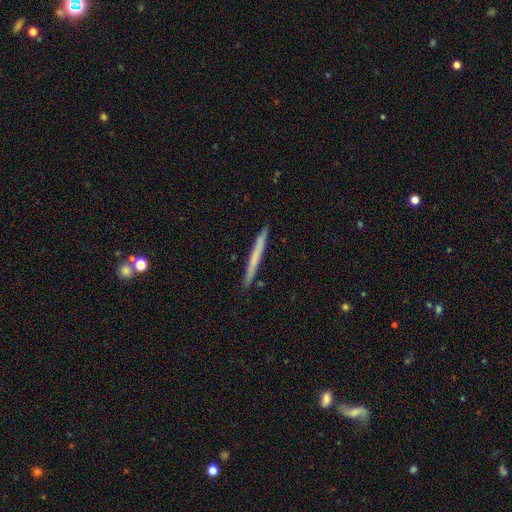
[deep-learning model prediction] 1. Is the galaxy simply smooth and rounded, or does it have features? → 57% smooth, 37% featured or disk, 6% star or artifact.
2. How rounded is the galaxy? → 97% cigar-shaped, 2% in between, 1% round.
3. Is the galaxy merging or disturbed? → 91% none, 6% minor disturbance, 1% major disturbance, 1% merger.